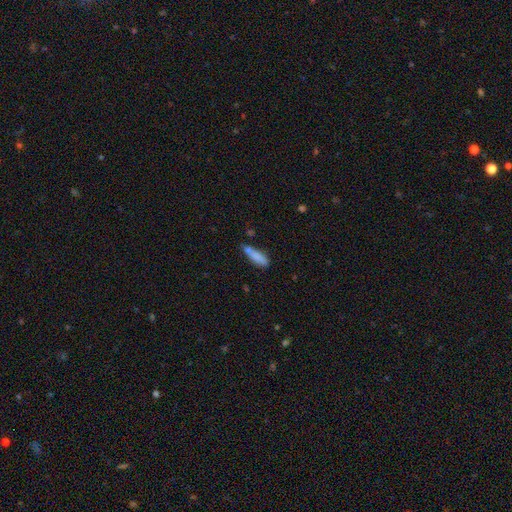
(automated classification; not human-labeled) Morphology: type=smooth (82%); roundness=cigar-shaped (61%); merging=none (57%).